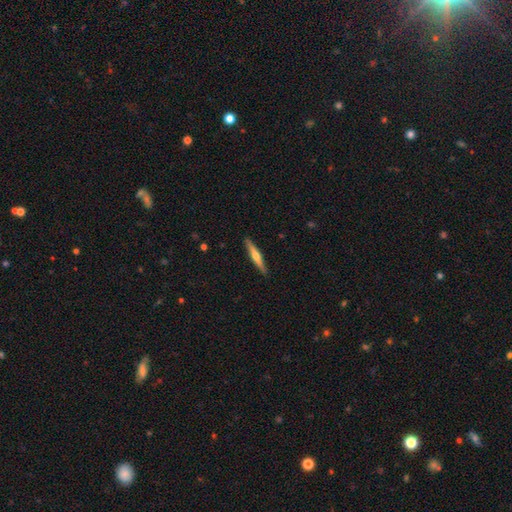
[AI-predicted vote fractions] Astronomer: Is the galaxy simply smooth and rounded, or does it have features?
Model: featured or disk — 61%.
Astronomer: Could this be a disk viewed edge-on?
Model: yes — 97%.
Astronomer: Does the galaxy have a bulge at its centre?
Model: rounded — 89%.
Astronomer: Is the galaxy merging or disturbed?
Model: none — 90%.